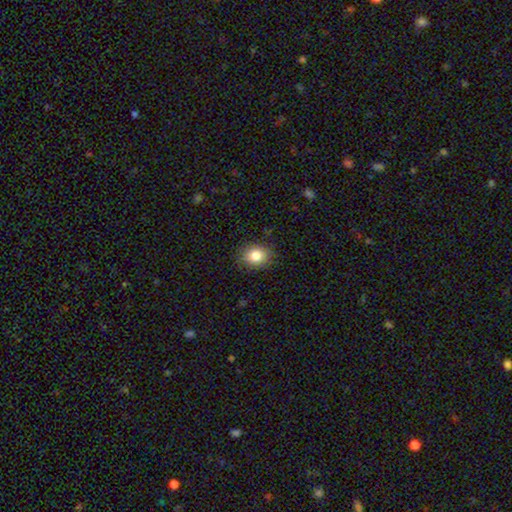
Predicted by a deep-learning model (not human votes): This is clearly a smooth galaxy (83%). How rounded: possibly round (53%). Merging: clearly none (87%).